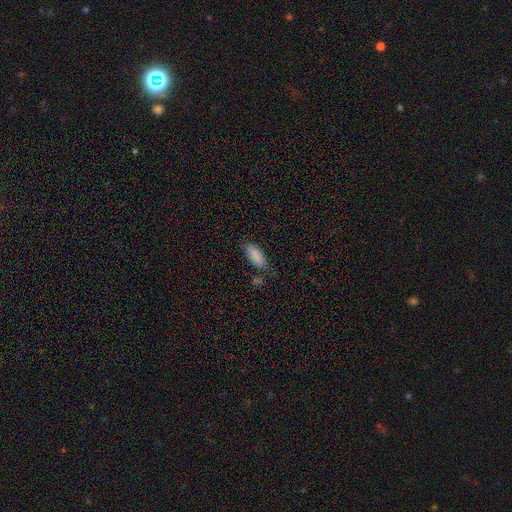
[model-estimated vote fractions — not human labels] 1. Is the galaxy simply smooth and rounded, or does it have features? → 87% smooth, 7% star or artifact, 6% featured or disk.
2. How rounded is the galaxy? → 76% in between, 22% cigar-shaped, 2% round.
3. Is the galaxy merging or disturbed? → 72% none, 19% minor disturbance, 5% merger, 5% major disturbance.